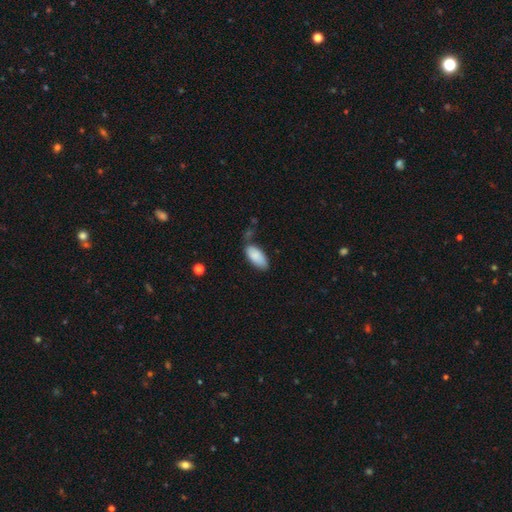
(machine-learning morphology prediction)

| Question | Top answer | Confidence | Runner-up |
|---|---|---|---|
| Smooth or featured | smooth | 87% | featured or disk (7%) |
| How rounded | in between | 90% | cigar-shaped (8%) |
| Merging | none | 63% | minor disturbance (26%) |